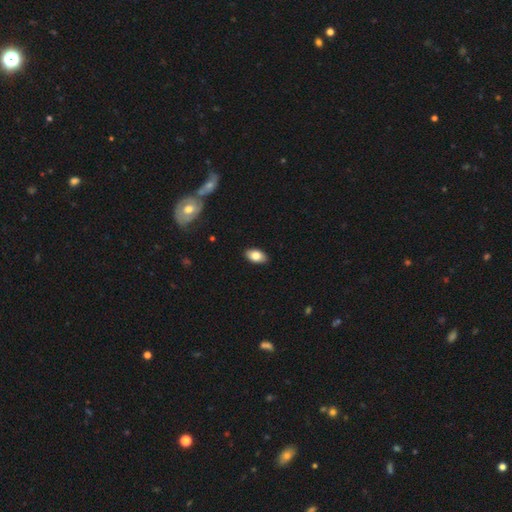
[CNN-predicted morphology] The model was most divided on "smooth or featured": smooth: 83%, featured or disk: 10%, star or artifact: 7%. More confident: how rounded — in between (93%); merging — none (88%).